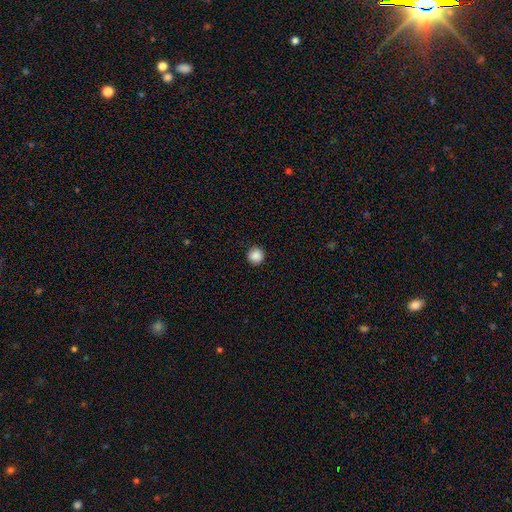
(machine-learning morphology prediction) Q: Smooth or featured?
A: smooth (88%); runner-up: star or artifact (10%)
Q: How rounded?
A: round (95%); runner-up: in between (4%)
Q: Merging?
A: none (91%); runner-up: minor disturbance (6%)